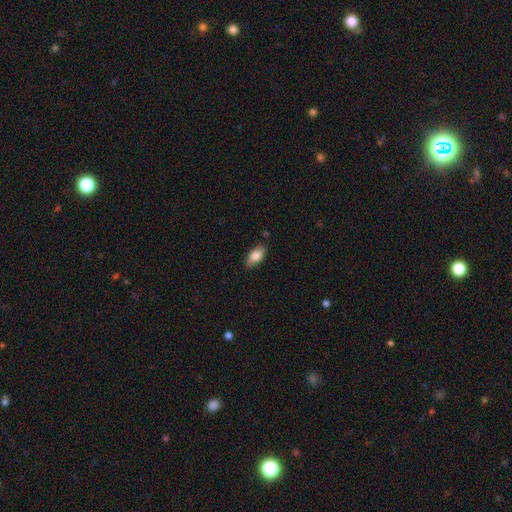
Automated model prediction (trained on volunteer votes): Morphology: type=smooth (82%); roundness=in between (89%); merging=none (80%).